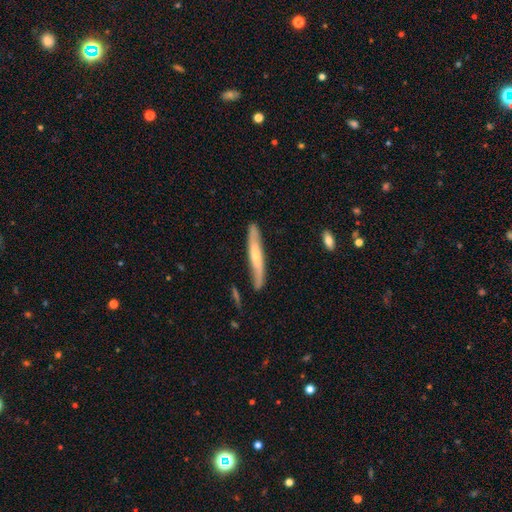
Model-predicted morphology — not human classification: A featured or disk galaxy (55%) viewed edge-on (76%). Merging: none (76%).